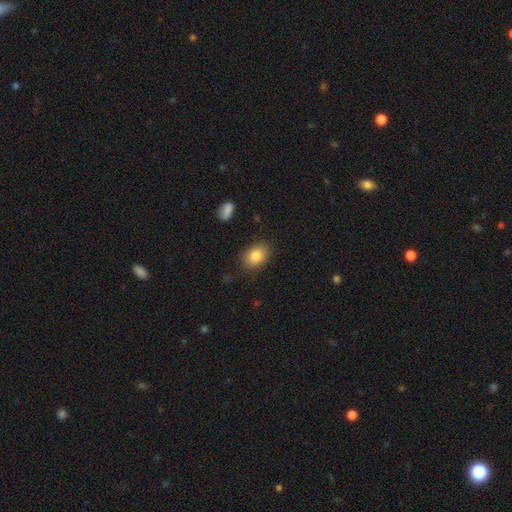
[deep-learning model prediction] Q: Smooth or featured?
A: smooth (84%); runner-up: star or artifact (8%)
Q: How rounded?
A: in between (71%); runner-up: round (28%)
Q: Merging?
A: none (83%); runner-up: minor disturbance (13%)